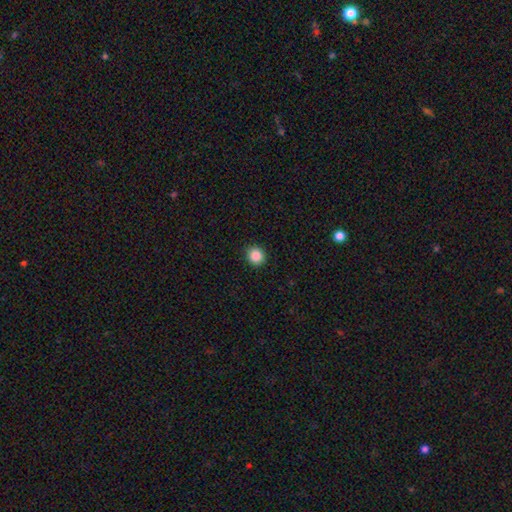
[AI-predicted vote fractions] Overall: smooth (87%). How rounded: round (91%). Merging: none (92%).